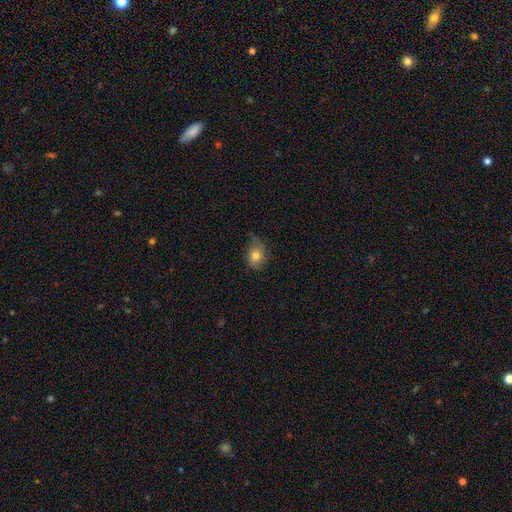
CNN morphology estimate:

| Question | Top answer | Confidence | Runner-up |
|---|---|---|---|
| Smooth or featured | smooth | 78% | featured or disk (12%) |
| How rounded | in between | 55% | round (44%) |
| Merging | none | 60% | minor disturbance (31%) |